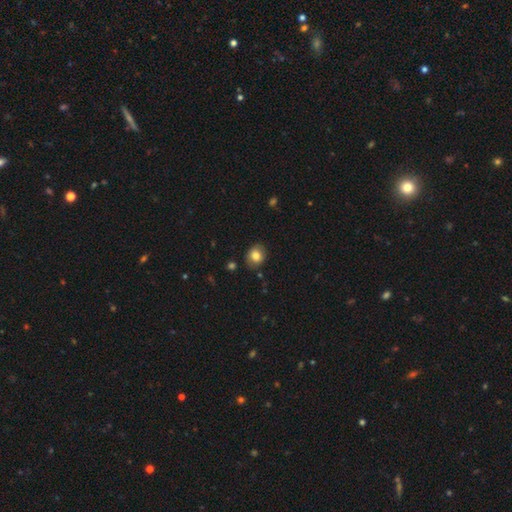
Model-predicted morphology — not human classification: The model was most divided on "how rounded": round: 59%, in between: 40%, cigar-shaped: 1%. More confident: merging — none (81%); smooth or featured — smooth (80%).